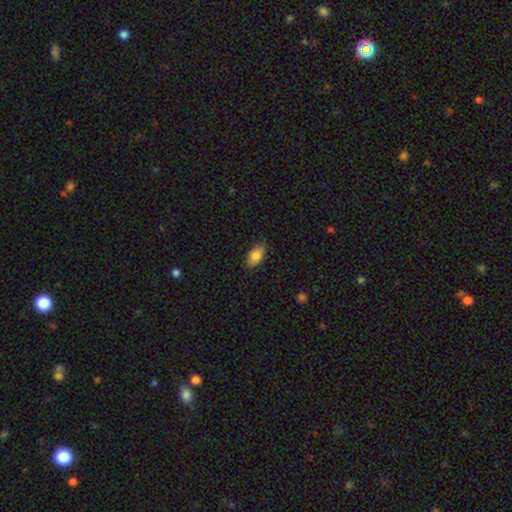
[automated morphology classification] Smooth or featured? smooth (84%)
How rounded? in between (92%)
Merging? none (87%)